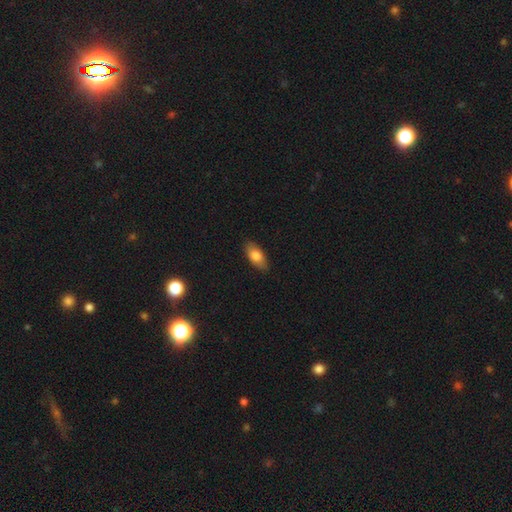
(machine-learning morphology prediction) The model was most divided on "smooth or featured": smooth: 80%, featured or disk: 14%, star or artifact: 7%. More confident: how rounded — in between (89%); merging — none (87%).